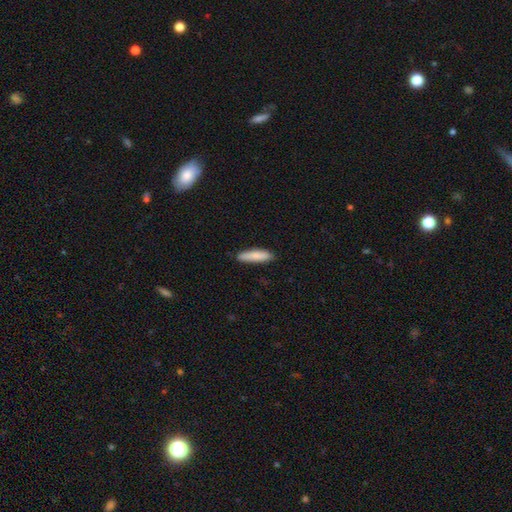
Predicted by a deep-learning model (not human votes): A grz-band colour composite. It shows a smooth galaxy with no disk features (84%) that is cigar-shaped (72%). Merging: none (85%).